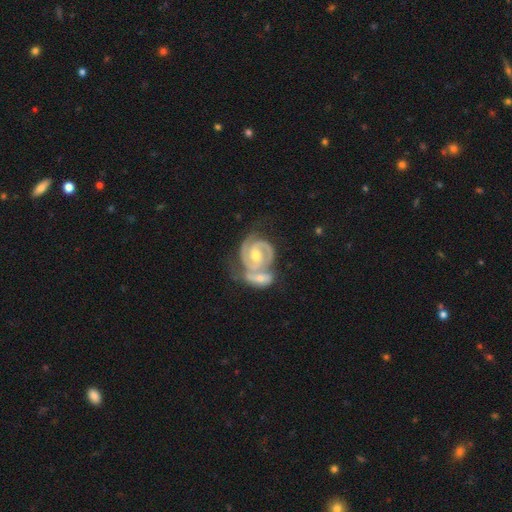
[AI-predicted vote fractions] smooth-or-featured: featured or disk: 91% | smooth: 5% | star or artifact: 4%
  disk-edge-on: no: 98% | yes: 2%
    bar: no: 47% | weak: 37% | strong: 16%
    has-spiral-arms: yes: 98% | no: 2%
      spiral-winding: tight: 64% | medium: 31% | loose: 5%
      spiral-arm-count: 2: 81% | 3: 9% | can't tell: 5% | 1: 3% | 4: 2% | more than 4: 1%
    bulge-size: moderate: 64% | small: 31% | large: 3% | none: 1% | dominant: 1%
  merging: merger: 54% | none: 28% | minor disturbance: 11% | major disturbance: 7%